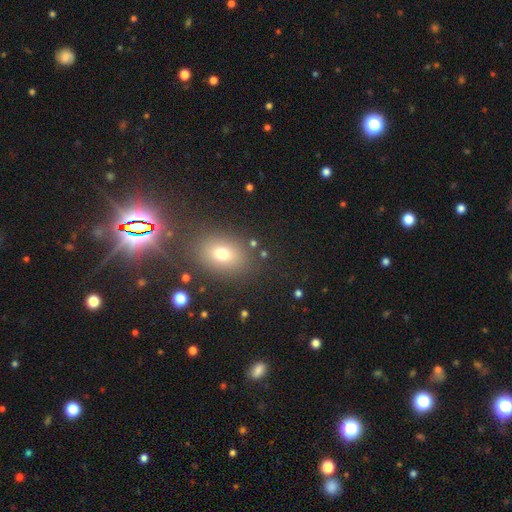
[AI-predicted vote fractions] Smooth or featured?
  - star or artifact: 47% *
  - smooth: 40%
  - featured or disk: 13%